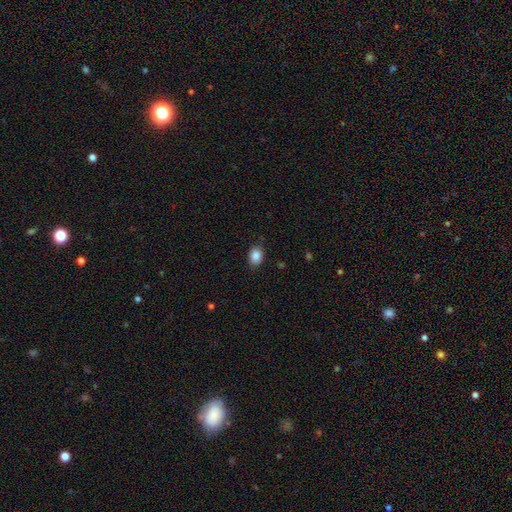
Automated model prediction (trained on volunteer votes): Smooth or featured? Predicted: smooth (p=0.86). How rounded? Predicted: in between (p=0.66). Merging? Predicted: none (p=0.84).